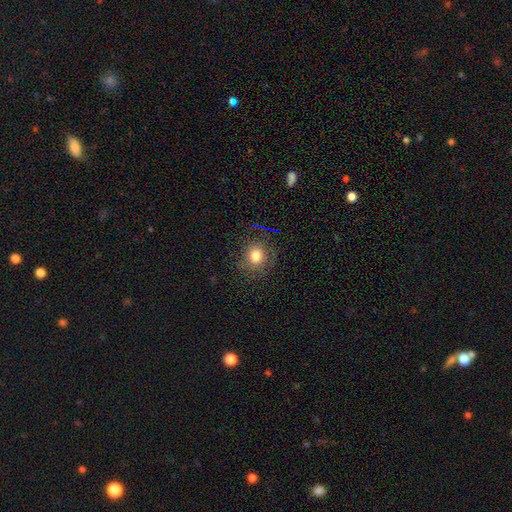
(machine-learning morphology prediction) This is likely a smooth galaxy (77%). How rounded: likely round (76%). Merging: likely none (76%).